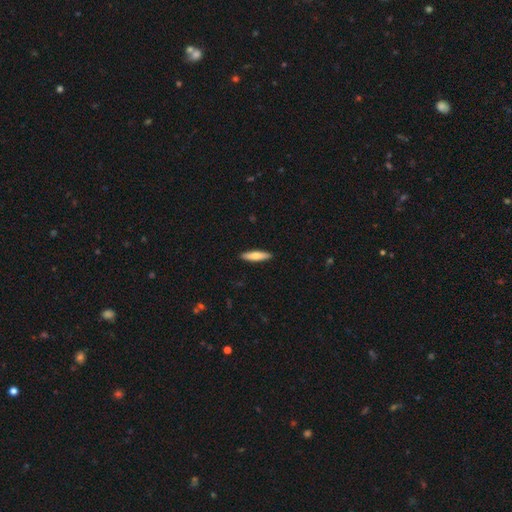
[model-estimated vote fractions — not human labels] Smooth or featured: smooth — 71% (featured or disk — 24%)
How rounded: cigar-shaped — 77% (in between — 21%)
Merging: none — 91% (minor disturbance — 6%)